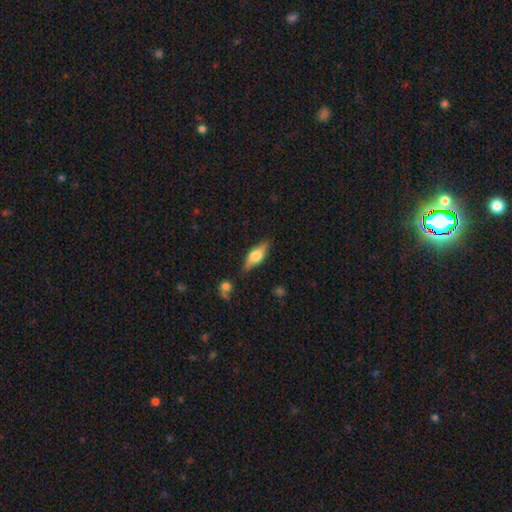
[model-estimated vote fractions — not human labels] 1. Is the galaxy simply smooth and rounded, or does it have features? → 49% smooth, 44% featured or disk, 6% star or artifact.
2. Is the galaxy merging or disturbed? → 80% none, 13% minor disturbance, 4% merger, 3% major disturbance.